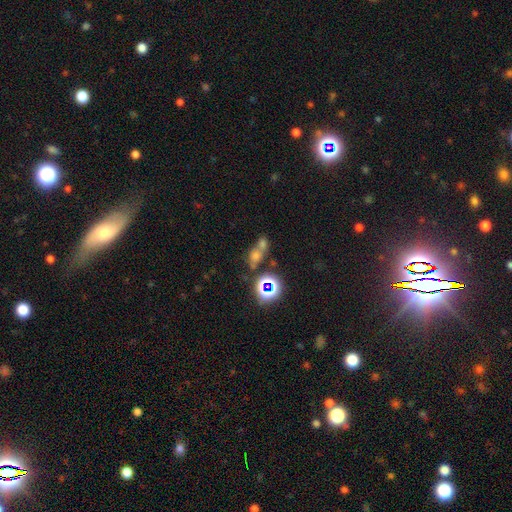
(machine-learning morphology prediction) smooth 49%, star or artifact 35%, featured or disk 16%. Down the decision tree: merging — merger (50%).